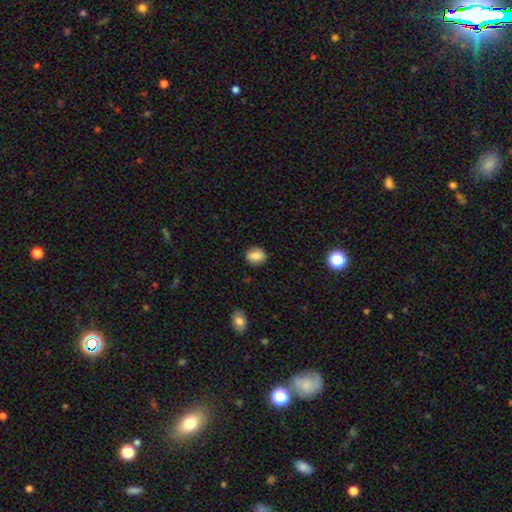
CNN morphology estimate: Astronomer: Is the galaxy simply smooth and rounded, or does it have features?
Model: smooth — 81%.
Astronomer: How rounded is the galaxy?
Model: in between — 55% (runner-up: round, 44%).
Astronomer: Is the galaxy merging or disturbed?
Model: none — 85%.